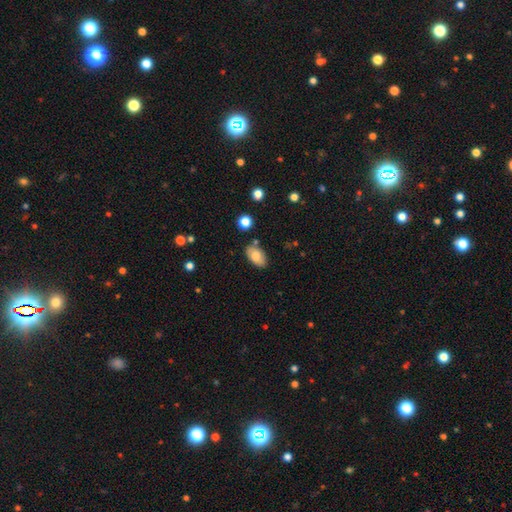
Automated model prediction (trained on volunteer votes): Smooth or featured: smooth — 77% (featured or disk — 16%)
How rounded: in between — 92% (round — 6%)
Merging: none — 79% (minor disturbance — 14%)